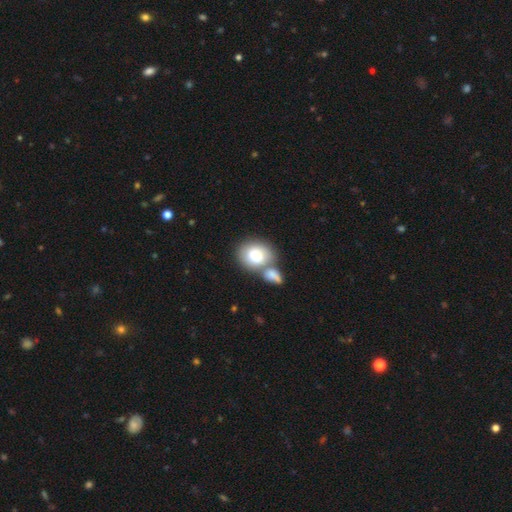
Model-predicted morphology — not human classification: type=smooth (78%); roundness=round (53%); merging=merger (49%).